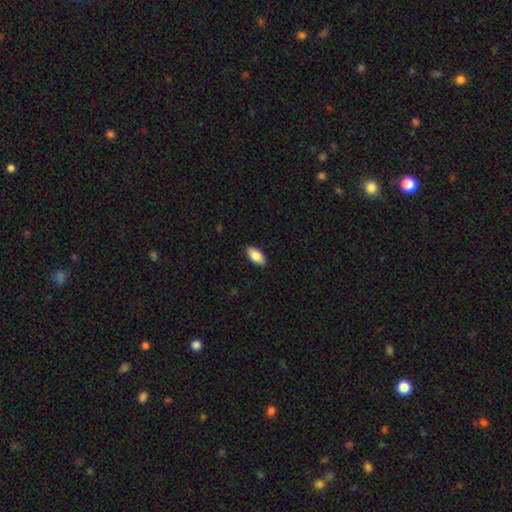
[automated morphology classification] smooth-or-featured: smooth: 86% | featured or disk: 8% | star or artifact: 6%
  how-rounded: in between: 92% | cigar-shaped: 6% | round: 2%
  merging: none: 89% | minor disturbance: 9% | major disturbance: 2% | merger: 1%